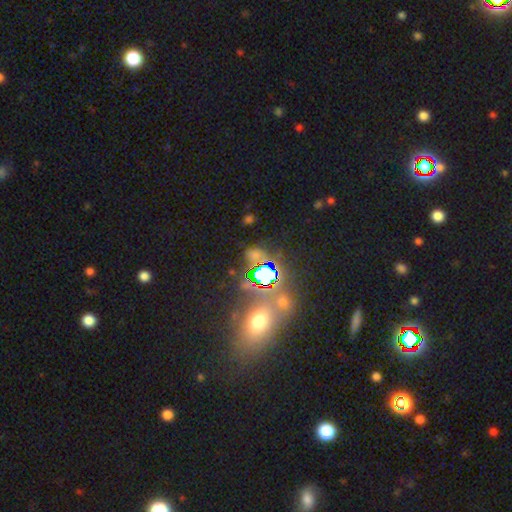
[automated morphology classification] type=star or artifact (58%).